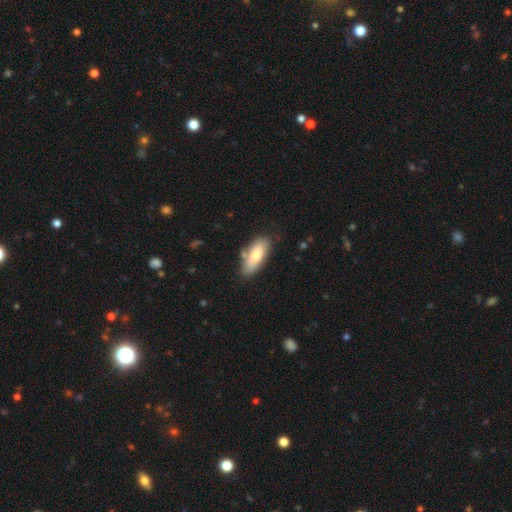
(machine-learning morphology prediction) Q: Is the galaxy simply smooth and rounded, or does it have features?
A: smooth — 79%.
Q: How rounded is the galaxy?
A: in between — 79%.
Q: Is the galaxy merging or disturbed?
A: none — 69%.